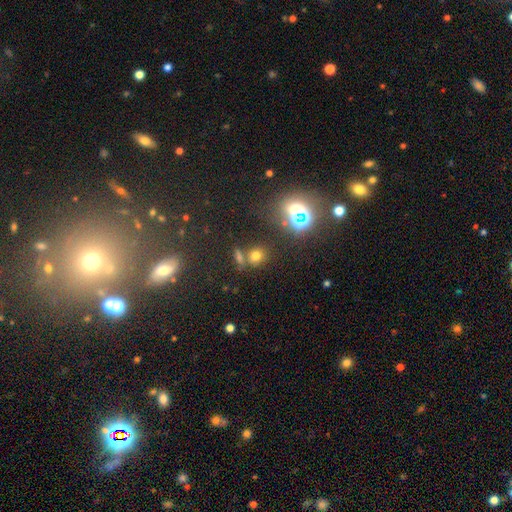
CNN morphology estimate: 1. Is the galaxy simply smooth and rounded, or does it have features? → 64% smooth, 28% star or artifact, 9% featured or disk.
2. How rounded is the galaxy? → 61% round, 36% in between, 2% cigar-shaped.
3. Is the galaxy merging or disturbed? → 67% none, 19% merger, 10% minor disturbance, 4% major disturbance.